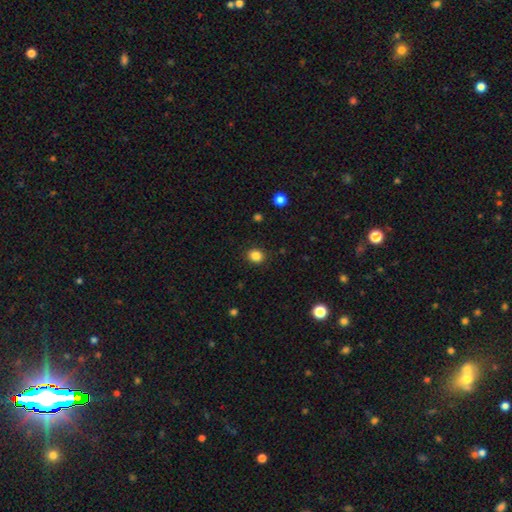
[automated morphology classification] smooth_or_featured: smooth (p=0.85) [alt: star or artifact p=0.11]
how_rounded: round (p=0.71) [alt: in between p=0.28]
merging: none (p=0.90) [alt: minor disturbance p=0.07]